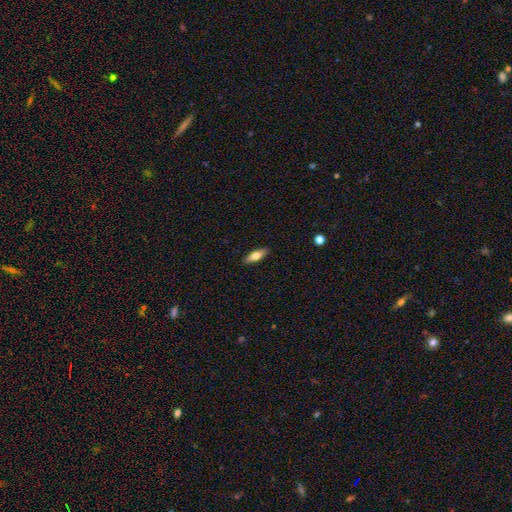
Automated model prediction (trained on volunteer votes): smooth_or_featured: smooth (p=0.67) [alt: featured or disk p=0.26]
how_rounded: in between (p=0.58) [alt: cigar-shaped p=0.39]
merging: none (p=0.89) [alt: minor disturbance p=0.08]